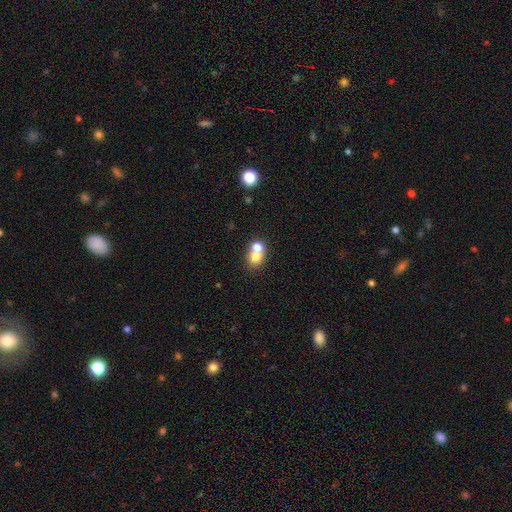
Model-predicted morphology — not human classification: smooth_or_featured: smooth (p=0.71) [alt: featured or disk p=0.17]
how_rounded: round (p=0.61) [alt: in between p=0.38]
merging: merger (p=0.58) [alt: none p=0.32]